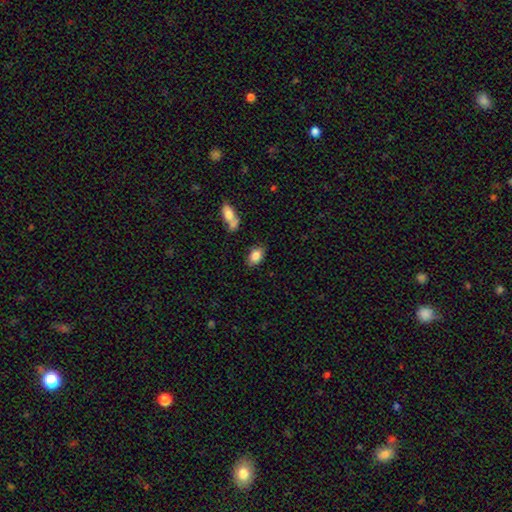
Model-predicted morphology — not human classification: This is clearly a smooth galaxy (85%). How rounded: clearly in between (88%). Merging: likely none (76%).